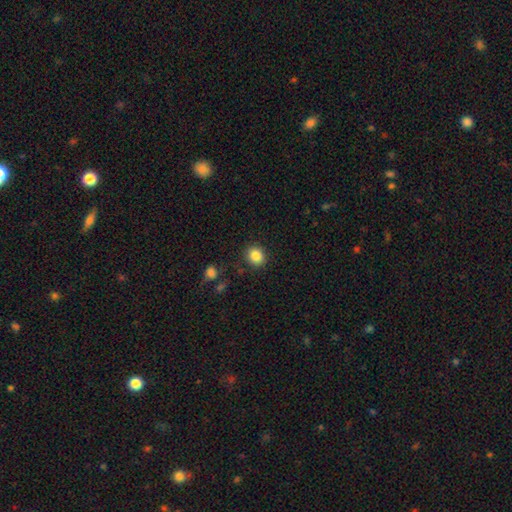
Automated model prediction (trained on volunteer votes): smooth 86%, star or artifact 10%, featured or disk 5%. Down the decision tree: how rounded — round (80%); merging — none (88%).